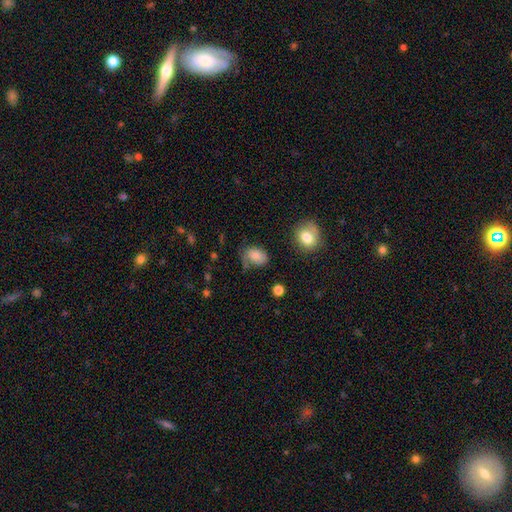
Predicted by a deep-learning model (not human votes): A smooth galaxy with no disk features (79%) that is in between round and cigar-shaped (78%). Merging: none (52%).